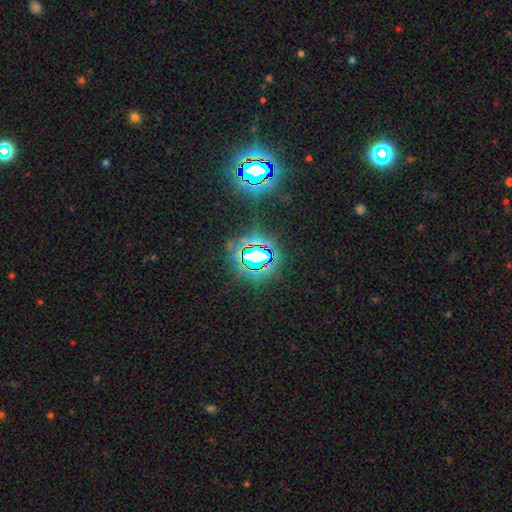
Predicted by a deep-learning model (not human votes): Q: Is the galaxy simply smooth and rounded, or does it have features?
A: star or artifact — 77%.